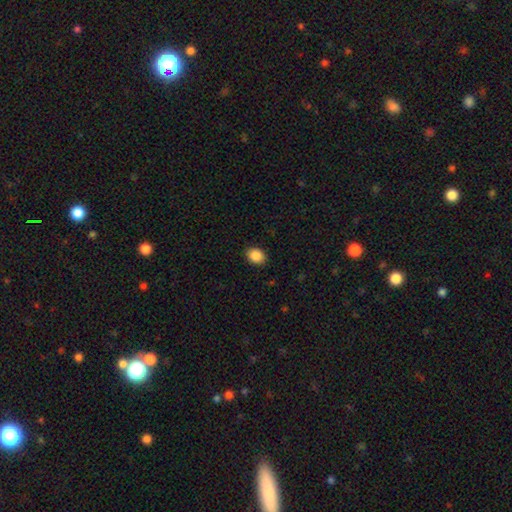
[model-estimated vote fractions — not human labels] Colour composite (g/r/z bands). It shows a smooth galaxy with no disk features (88%) that is in between round and cigar-shaped (55%). Merging: none (89%).